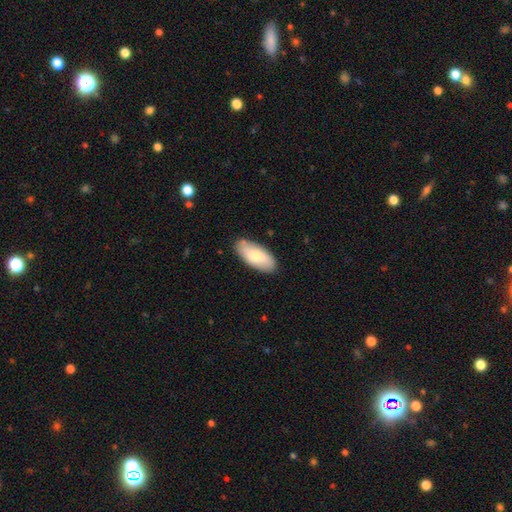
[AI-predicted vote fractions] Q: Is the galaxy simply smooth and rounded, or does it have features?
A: smooth — 74%.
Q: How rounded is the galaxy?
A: in between — 89%.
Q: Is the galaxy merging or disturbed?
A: none — 83%.